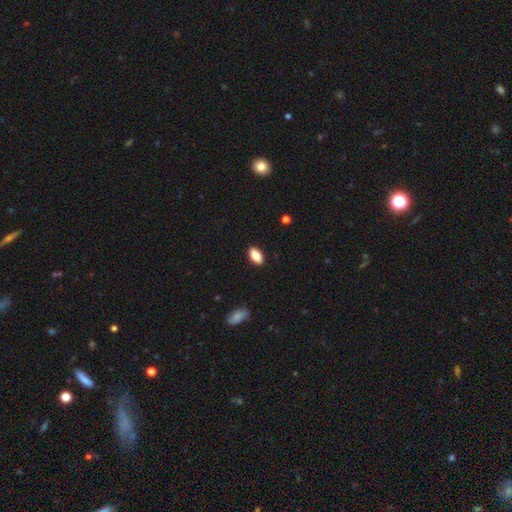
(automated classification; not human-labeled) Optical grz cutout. It shows a smooth galaxy with no disk features (81%) that is in between round and cigar-shaped (90%). Merging: none (89%).